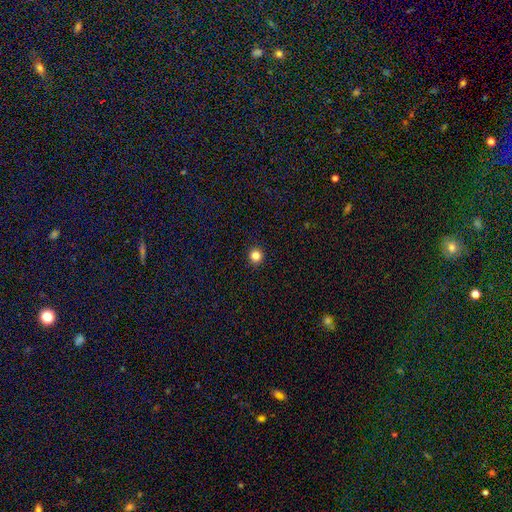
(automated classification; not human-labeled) A smooth galaxy with no disk features (83%) that is round (95%).

Vote fractions:
- Smooth or featured? smooth: 83% / star or artifact: 13% / featured or disk: 4%
- How rounded? round: 95% / in between: 4% / cigar-shaped: 1%
- Merging? none: 94% / minor disturbance: 4% / major disturbance: 1% / merger: 1%